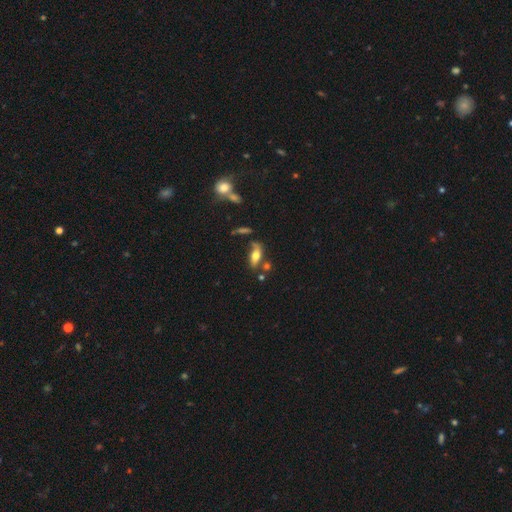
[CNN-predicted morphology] Smooth or featured: smooth — 60% (featured or disk — 31%)
How rounded: in between — 73% (cigar-shaped — 22%)
Merging: none — 54% (minor disturbance — 21%)